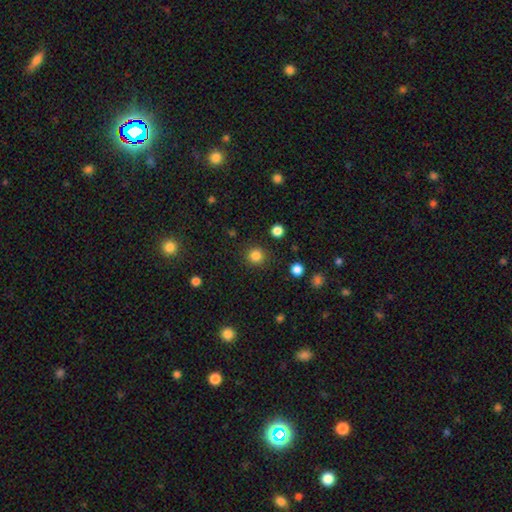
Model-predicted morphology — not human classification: Smooth or featured?
  - smooth: 84% *
  - star or artifact: 13%
  - featured or disk: 3%
How rounded?
  - round: 94% *
  - in between: 5%
  - cigar-shaped: 1%
Merging?
  - none: 90% *
  - minor disturbance: 6%
  - major disturbance: 3%
  - merger: 2%